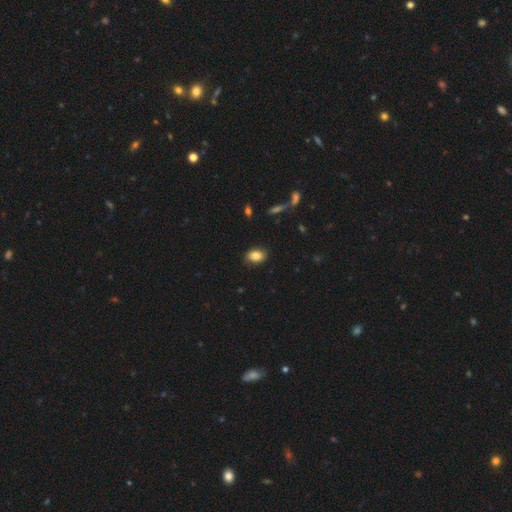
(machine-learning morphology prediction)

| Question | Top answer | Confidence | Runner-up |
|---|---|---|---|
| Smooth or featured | smooth | 85% | star or artifact (8%) |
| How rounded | in between | 87% | round (11%) |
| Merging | none | 86% | minor disturbance (11%) |